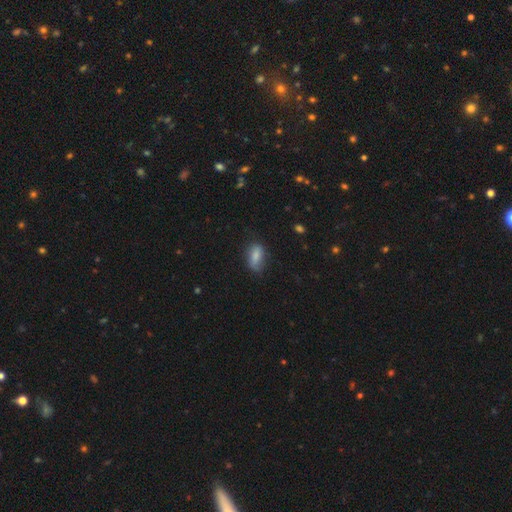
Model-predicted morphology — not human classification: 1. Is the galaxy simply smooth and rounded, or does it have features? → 80% smooth, 13% featured or disk, 8% star or artifact.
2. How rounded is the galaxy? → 86% in between, 8% cigar-shaped, 5% round.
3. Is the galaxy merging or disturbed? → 64% none, 27% minor disturbance, 7% major disturbance, 2% merger.